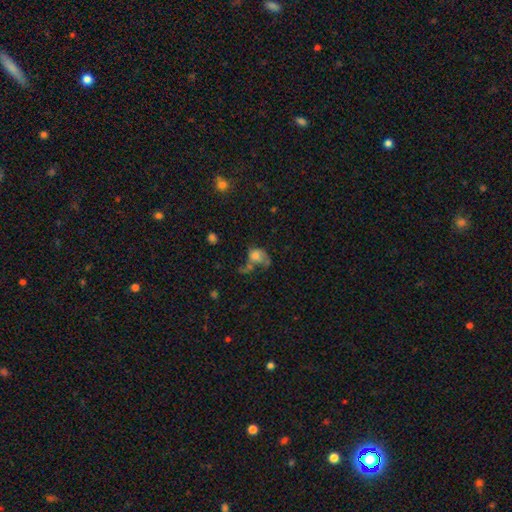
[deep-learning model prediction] The model was most divided on "merging": major disturbance: 39%, merger: 28%, none: 19%, minor disturbance: 15%. Remaining: smooth or featured — smooth (49%).